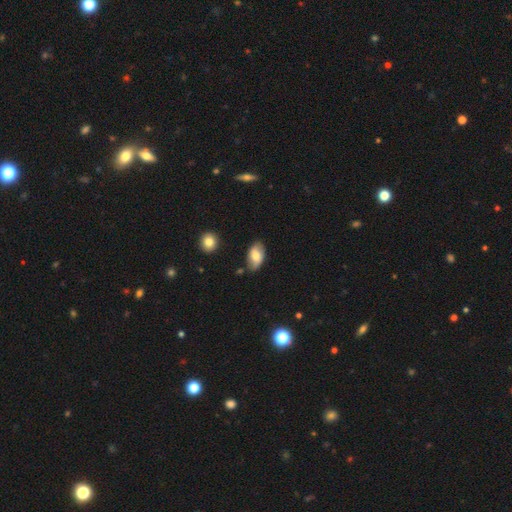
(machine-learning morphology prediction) Smooth or featured: smooth — 67% (featured or disk — 27%)
How rounded: in between — 93% (round — 5%)
Merging: none — 73% (minor disturbance — 21%)